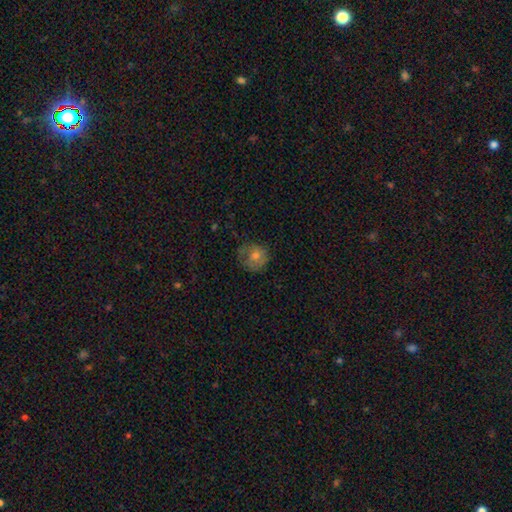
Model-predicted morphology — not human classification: A smooth galaxy with no disk features (61%) that is round (87%). Merging: none (68%).